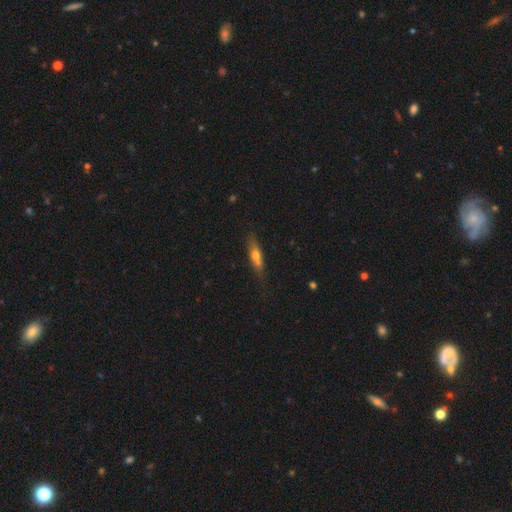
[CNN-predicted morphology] Smooth or featured? Predicted: smooth (p=0.54). How rounded? Predicted: cigar-shaped (p=0.63). Merging? Predicted: none (p=0.64).